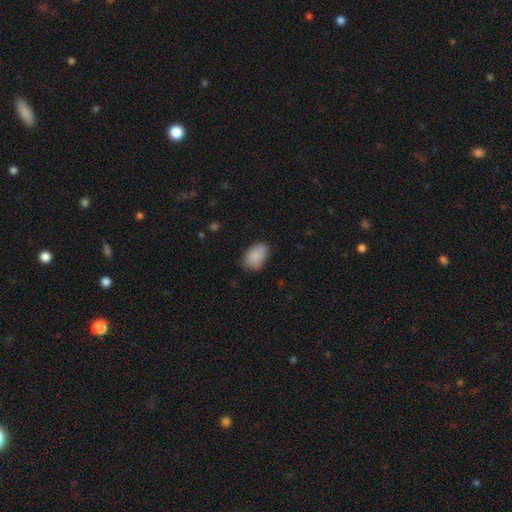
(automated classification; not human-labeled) Smooth or featured?
  - smooth: 88% *
  - star or artifact: 7%
  - featured or disk: 4%
How rounded?
  - in between: 88% *
  - round: 11%
  - cigar-shaped: 1%
Merging?
  - none: 76% *
  - minor disturbance: 19%
  - major disturbance: 4%
  - merger: 1%